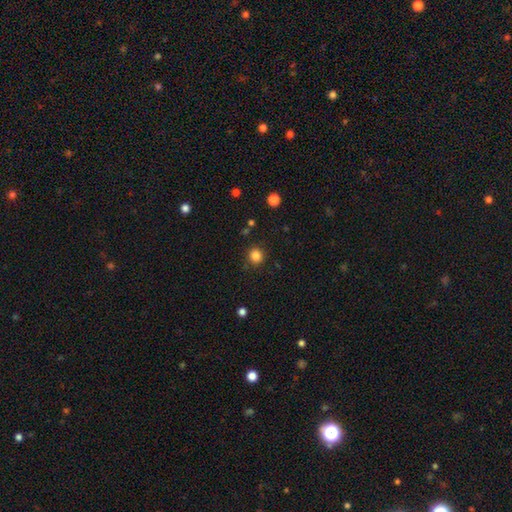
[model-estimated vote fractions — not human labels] Smooth or featured? Predicted: smooth (p=0.84). How rounded? Predicted: round (p=0.91). Merging? Predicted: none (p=0.89).